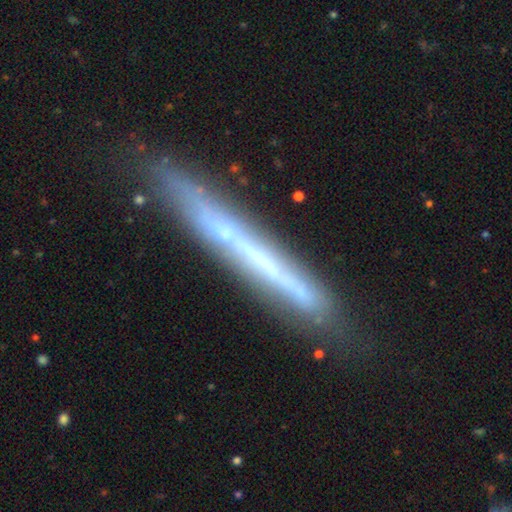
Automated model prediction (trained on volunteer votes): Smooth or featured: featured or disk — 66% (smooth — 26%)
Edge-on disk: yes — 91% (no — 9%)
Edge-on bulge: none — 87% (rounded — 9%)
Merging: none — 79% (minor disturbance — 16%)